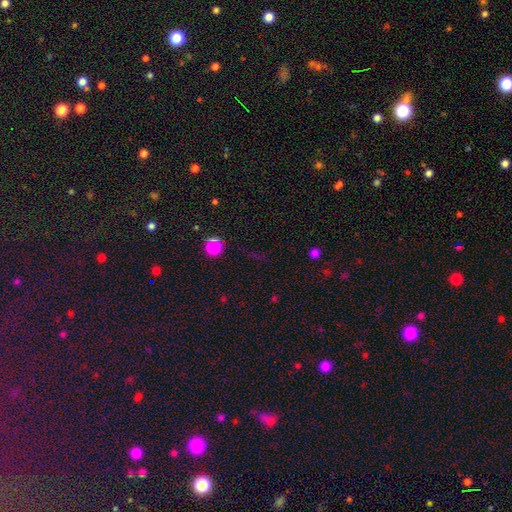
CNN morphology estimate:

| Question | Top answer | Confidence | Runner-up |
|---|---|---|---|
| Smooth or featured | star or artifact | 59% | smooth (32%) |